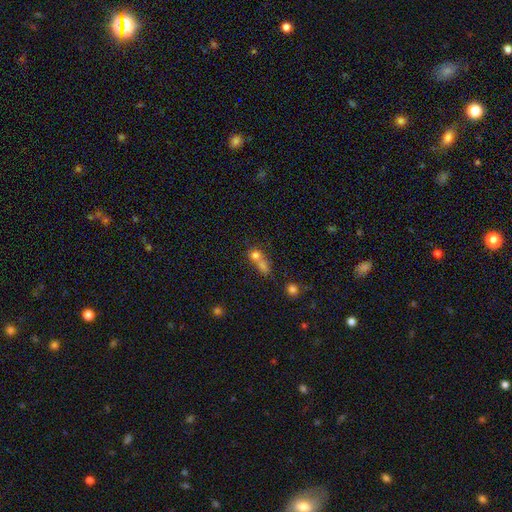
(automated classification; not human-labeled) Smooth or featured: smooth — 69% (featured or disk — 16%)
How rounded: round — 69% (in between — 28%)
Merging: merger — 64% (none — 25%)